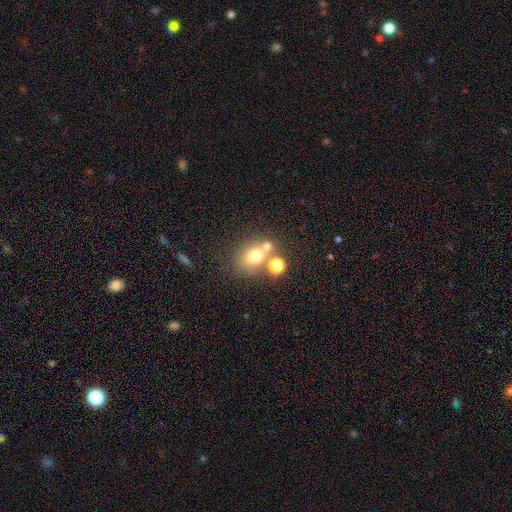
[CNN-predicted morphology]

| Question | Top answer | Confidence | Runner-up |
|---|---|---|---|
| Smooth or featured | smooth | 66% | star or artifact (17%) |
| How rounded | round | 55% | in between (44%) |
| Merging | none | 51% | merger (31%) |